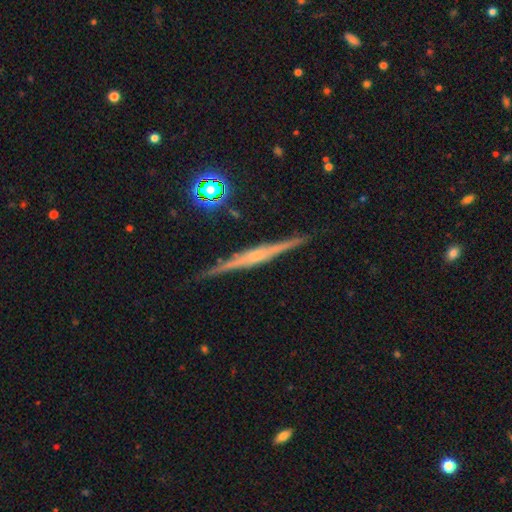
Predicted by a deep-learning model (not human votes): The model was most divided on "edge-on bulge": rounded: 56%, boxy: 23%, none: 22%. More confident: edge-on disk — yes (98%); merging — none (89%); smooth or featured — featured or disk (78%).